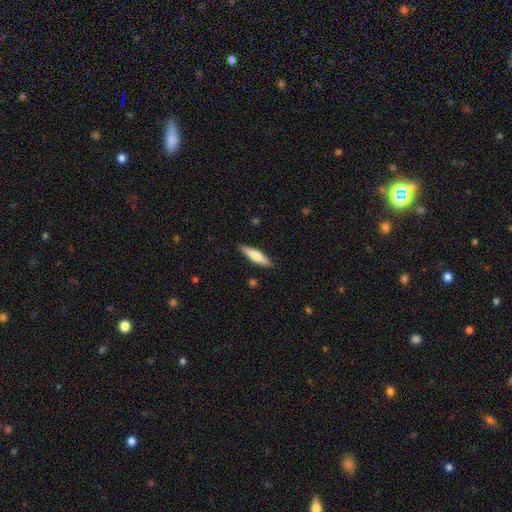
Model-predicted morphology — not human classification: A smooth galaxy with no disk features (63%) that is cigar-shaped (75%). Merging: none (90%).